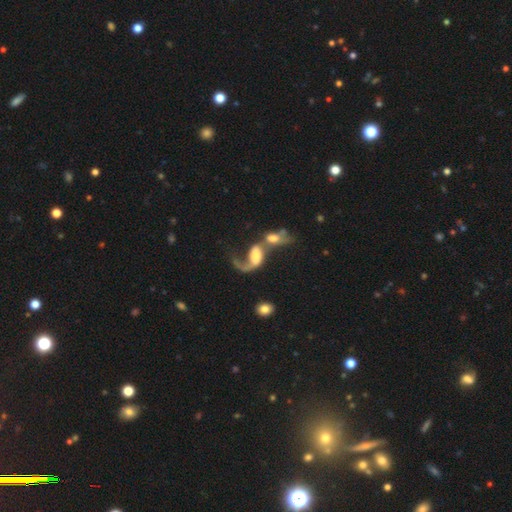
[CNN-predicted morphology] Overall: featured or disk (63%; smooth 28%). Edge-on disk: no (94%). Bar: no (53%; weak 31%). Spiral arms: yes (78%). Bulge size: large (31%; moderate 27%). Merging: merger (62%).